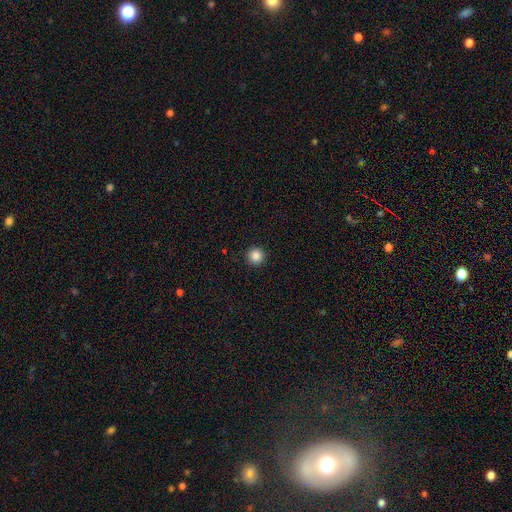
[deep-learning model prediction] This is clearly a smooth galaxy (86%). How rounded: clearly round (96%). Merging: clearly none (93%).